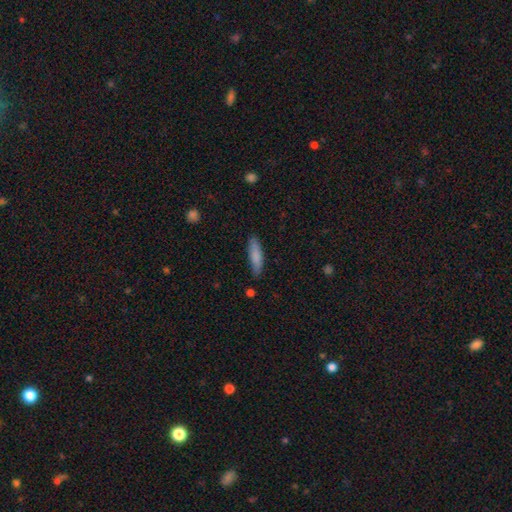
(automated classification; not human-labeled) Smooth or featured?
  - smooth: 83% *
  - featured or disk: 11%
  - star or artifact: 6%
How rounded?
  - cigar-shaped: 69% *
  - in between: 30%
  - round: 1%
Merging?
  - none: 81% *
  - minor disturbance: 15%
  - major disturbance: 3%
  - merger: 2%